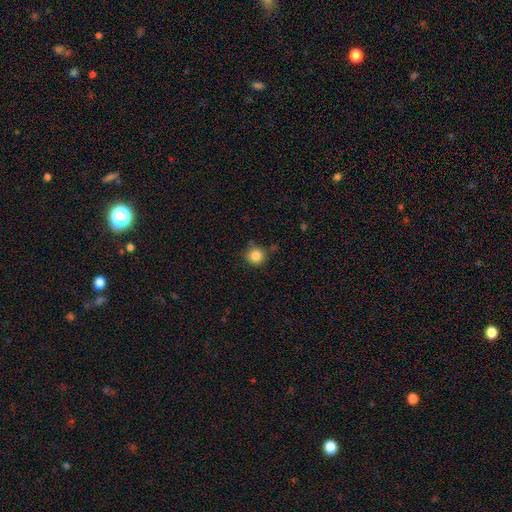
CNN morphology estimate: Overall: smooth (85%). How rounded: round (92%). Merging: none (81%).